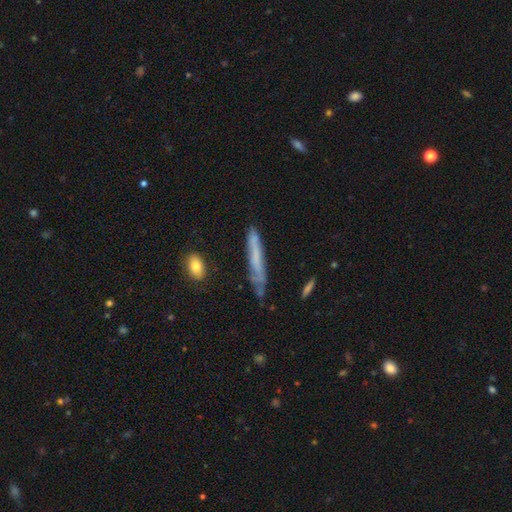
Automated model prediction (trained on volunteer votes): smooth 51%, featured or disk 40%, star or artifact 9%. Down the decision tree: how rounded — cigar-shaped (93%); merging — none (67%).